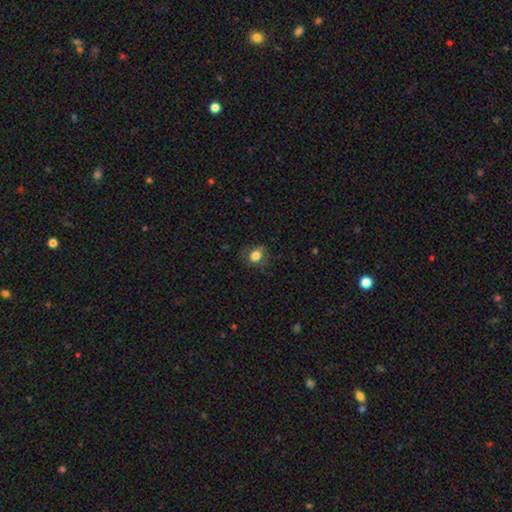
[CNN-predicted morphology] smooth_or_featured: smooth (p=0.79) [alt: star or artifact p=0.11]
how_rounded: round (p=0.65) [alt: in between p=0.34]
merging: none (p=0.72) [alt: minor disturbance p=0.19]